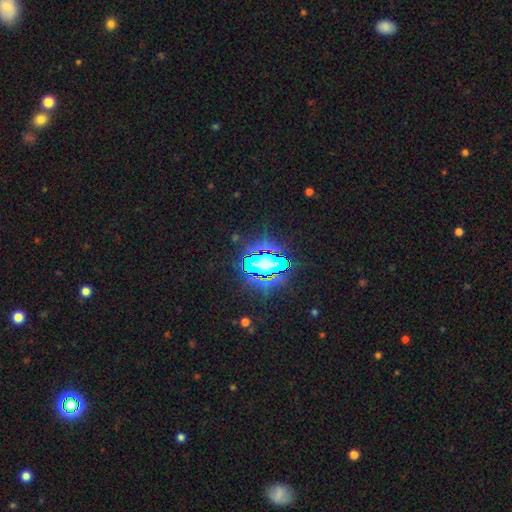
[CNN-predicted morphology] This is likely a star or artifact rather than a galaxy (79%).